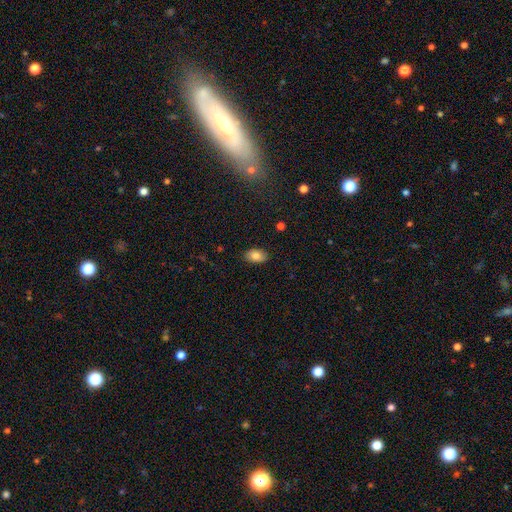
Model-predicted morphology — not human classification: Smooth or featured?
  - smooth: 83% *
  - featured or disk: 9%
  - star or artifact: 8%
How rounded?
  - in between: 90% *
  - round: 9%
  - cigar-shaped: 1%
Merging?
  - none: 86% *
  - minor disturbance: 10%
  - major disturbance: 2%
  - merger: 1%